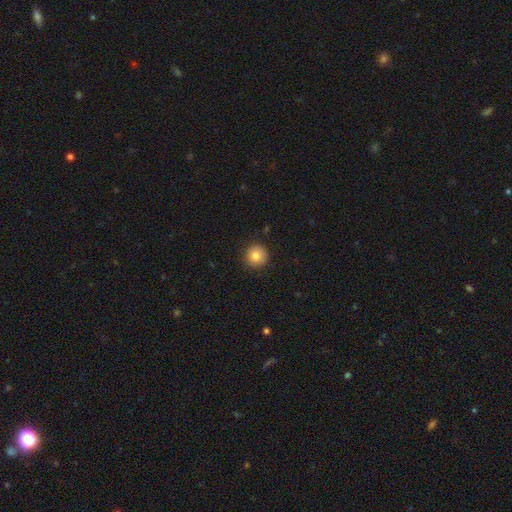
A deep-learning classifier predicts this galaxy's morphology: Smooth or featured?
  - smooth: 84% *
  - star or artifact: 9%
  - featured or disk: 6%
How rounded?
  - round: 93% *
  - in between: 6%
  - cigar-shaped: 1%
Merging?
  - none: 89% *
  - minor disturbance: 8%
  - major disturbance: 2%
  - merger: 1%